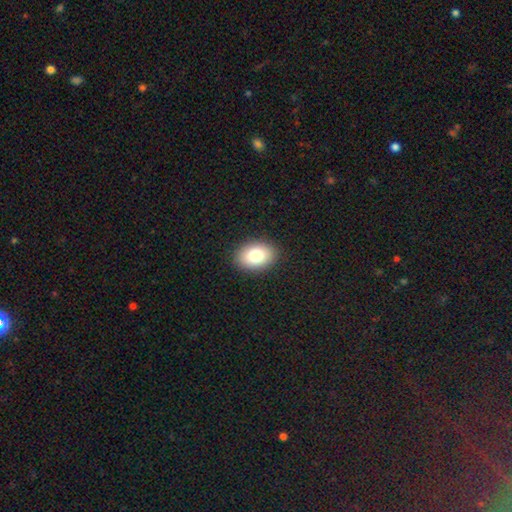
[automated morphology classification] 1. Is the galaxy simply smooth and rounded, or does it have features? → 81% smooth, 10% featured or disk, 8% star or artifact.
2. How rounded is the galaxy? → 79% in between, 20% round, 1% cigar-shaped.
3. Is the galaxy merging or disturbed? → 90% none, 7% minor disturbance, 2% major disturbance, 1% merger.